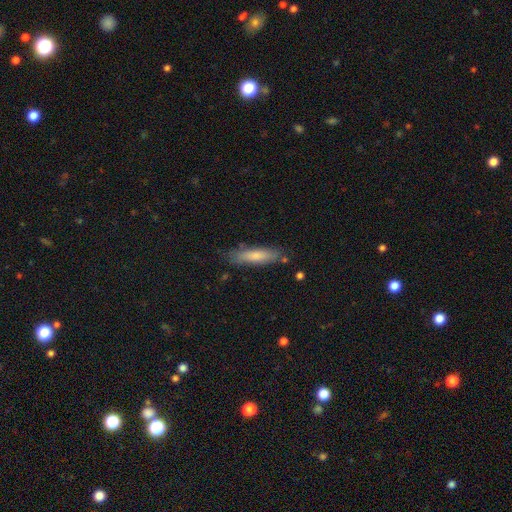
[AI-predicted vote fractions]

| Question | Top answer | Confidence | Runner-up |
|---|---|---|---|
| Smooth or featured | smooth | 74% | featured or disk (20%) |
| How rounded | cigar-shaped | 71% | in between (27%) |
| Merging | none | 77% | minor disturbance (16%) |